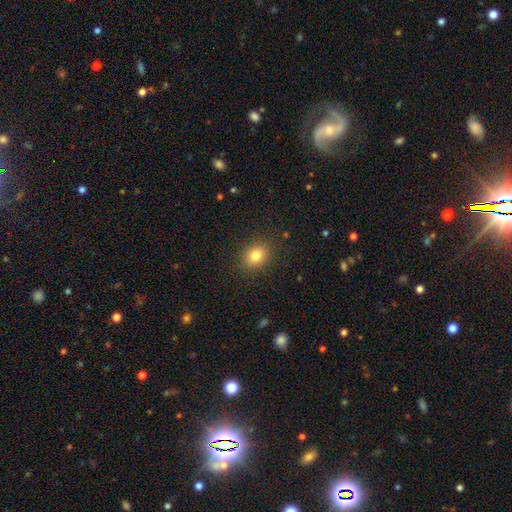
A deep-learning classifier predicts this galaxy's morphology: A smooth galaxy with no disk features (82%) that is in between round and cigar-shaped (61%).

Vote fractions:
- Smooth or featured? smooth: 82% / star or artifact: 10% / featured or disk: 8%
- How rounded? in between: 61% / round: 38% / cigar-shaped: 1%
- Merging? none: 87% / minor disturbance: 9% / major disturbance: 3% / merger: 1%